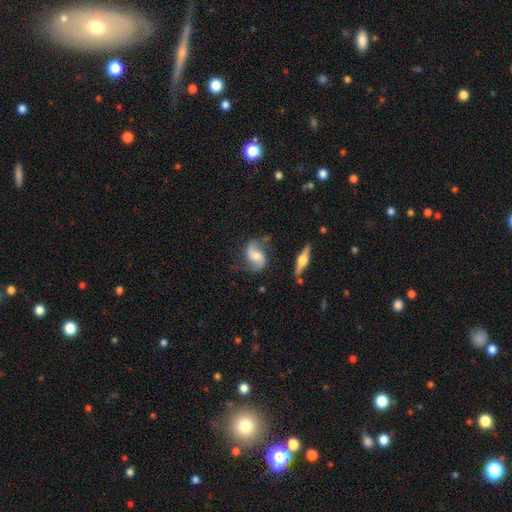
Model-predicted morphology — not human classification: A featured or disk galaxy (82%) with no bar (54%), 2 (92%) loose (49%) spiral arms (96%) and a moderate central bulge (53%). Merging: none (70%).